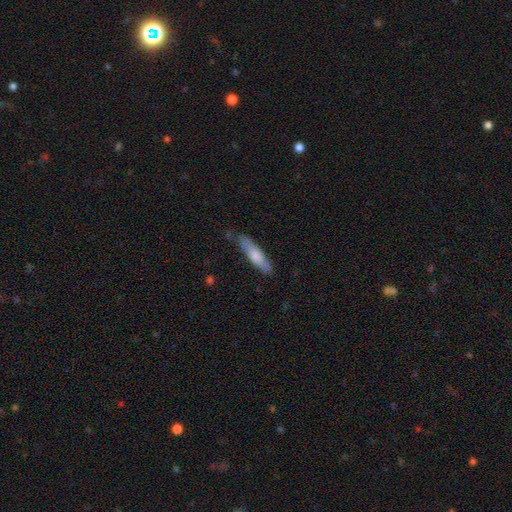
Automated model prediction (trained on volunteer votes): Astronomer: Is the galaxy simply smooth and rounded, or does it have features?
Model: smooth — 70%.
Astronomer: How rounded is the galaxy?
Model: cigar-shaped — 76%.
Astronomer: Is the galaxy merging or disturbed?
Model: none — 75%.